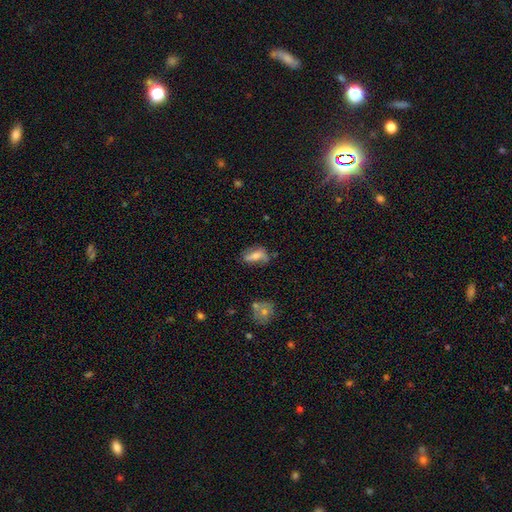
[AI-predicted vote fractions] A featured or disk galaxy (49%). Merging: none (57%).